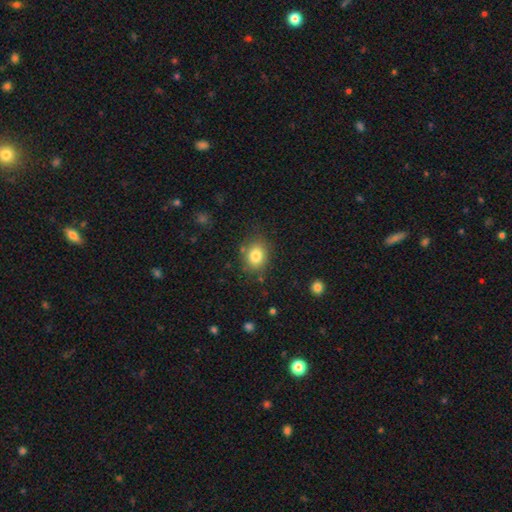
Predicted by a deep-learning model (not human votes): Smooth or featured? Predicted: smooth (p=0.82). How rounded? Predicted: in between (p=0.50). Merging? Predicted: none (p=0.78).